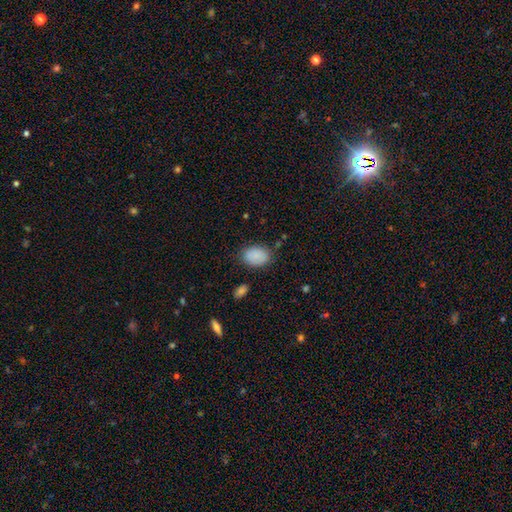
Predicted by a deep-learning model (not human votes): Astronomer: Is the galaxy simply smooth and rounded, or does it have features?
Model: smooth — 88%.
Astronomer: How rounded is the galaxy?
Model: in between — 80%.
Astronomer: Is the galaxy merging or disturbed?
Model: none — 78%.